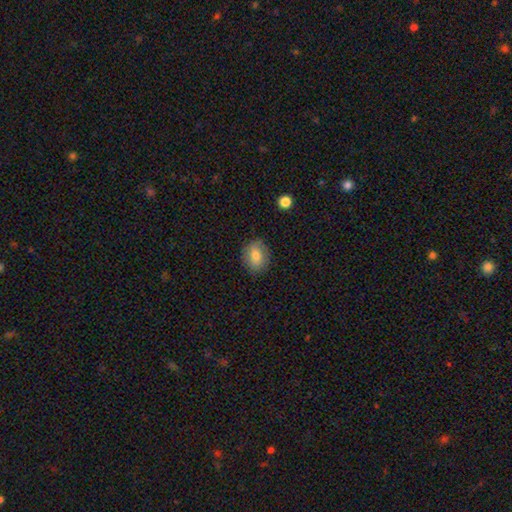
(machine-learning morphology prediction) A smooth galaxy with no disk features (76%) that is in between round and cigar-shaped (57%). Merging: none (83%).